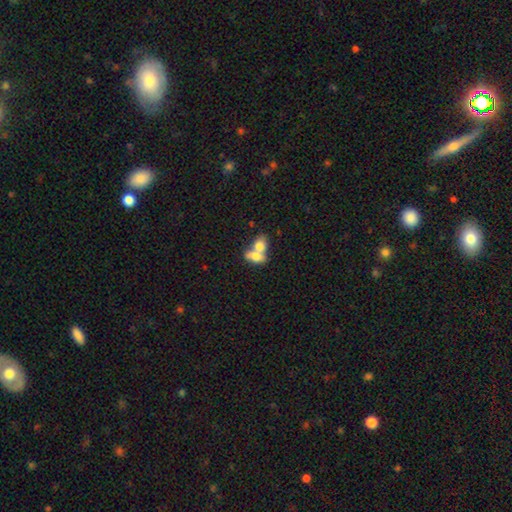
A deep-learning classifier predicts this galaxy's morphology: Smooth or featured? smooth (73%)
How rounded? in between (79%)
Merging? merger (74%)